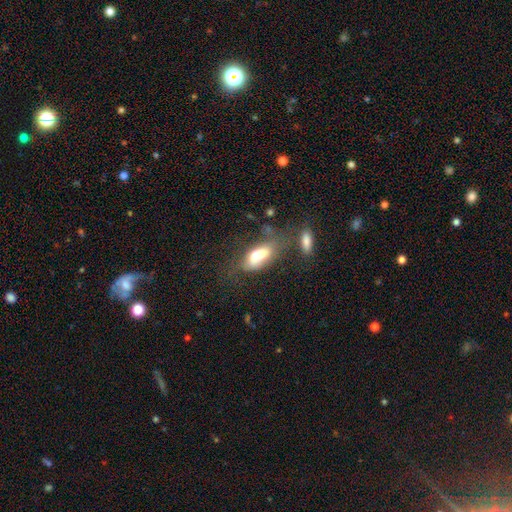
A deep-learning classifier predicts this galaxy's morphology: Smooth or featured?
  - smooth: 64% *
  - featured or disk: 27%
  - star or artifact: 10%
How rounded?
  - in between: 82% *
  - cigar-shaped: 15%
  - round: 4%
Merging?
  - none: 32% *
  - merger: 23%
  - major disturbance: 23%
  - minor disturbance: 22%